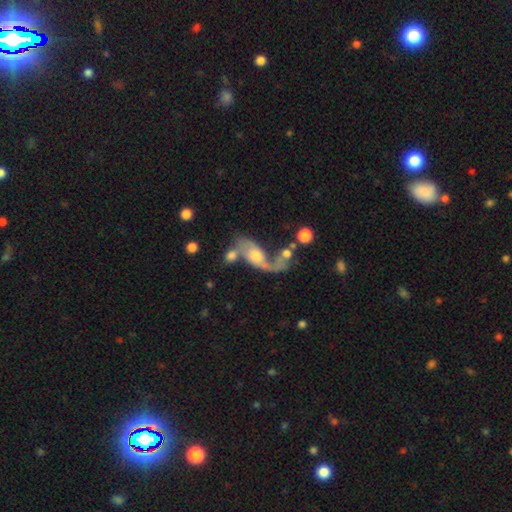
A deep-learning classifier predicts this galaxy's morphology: smooth-or-featured: featured or disk: 76% | smooth: 14% | star or artifact: 10%
  disk-edge-on: no: 92% | yes: 8%
    bar: no: 63% | weak: 28% | strong: 9%
    has-spiral-arms: yes: 85% | no: 15%
      spiral-winding: loose: 77% | medium: 18% | tight: 5%
      spiral-arm-count: 2: 72% | 1: 20% | can't tell: 4% | 3: 1% | 4: 1% | more than 4: 1%
    bulge-size: moderate: 56% | small: 25% | large: 12% | none: 5% | dominant: 2%
  merging: none: 33% | merger: 31% | major disturbance: 23% | minor disturbance: 14%